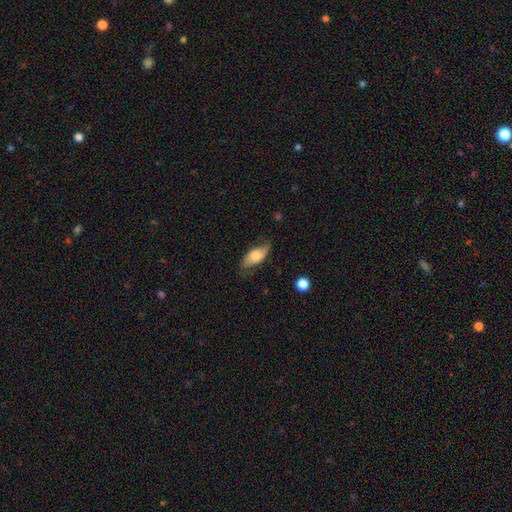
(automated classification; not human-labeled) The model was most divided on "smooth or featured": smooth: 60%, featured or disk: 33%, star or artifact: 7%. More confident: how rounded — in between (84%); merging — none (68%).